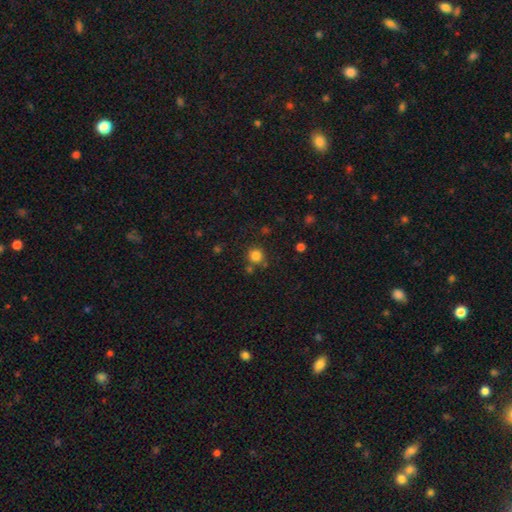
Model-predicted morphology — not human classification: A smooth galaxy with no disk features (82%) that is round (92%). Merging: none (78%).